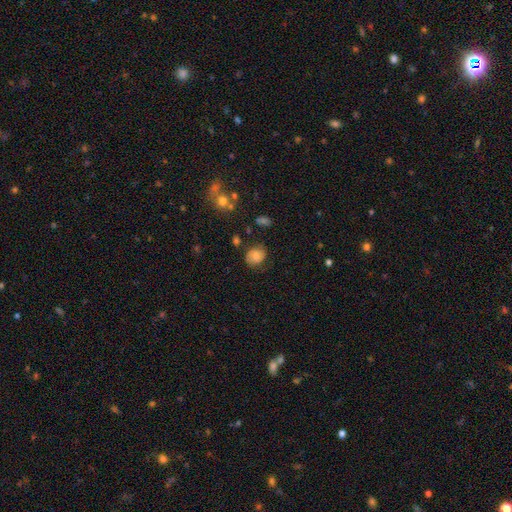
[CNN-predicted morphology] This appears to be a smooth galaxy with no disk features (66%) that is round (61%). Merging: none (72%).